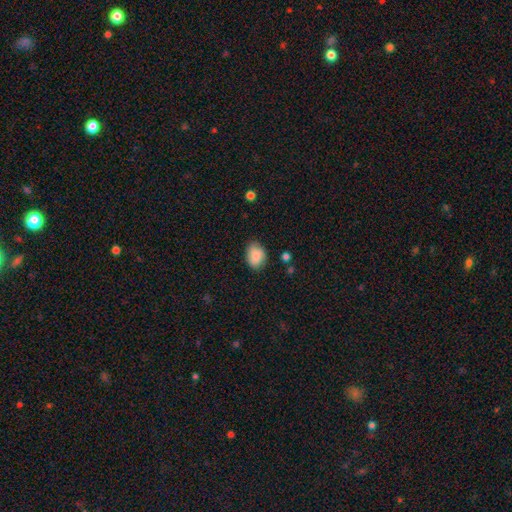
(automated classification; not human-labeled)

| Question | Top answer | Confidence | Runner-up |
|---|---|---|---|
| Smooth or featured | smooth | 84% | featured or disk (9%) |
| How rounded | in between | 74% | round (25%) |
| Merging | none | 76% | minor disturbance (19%) |